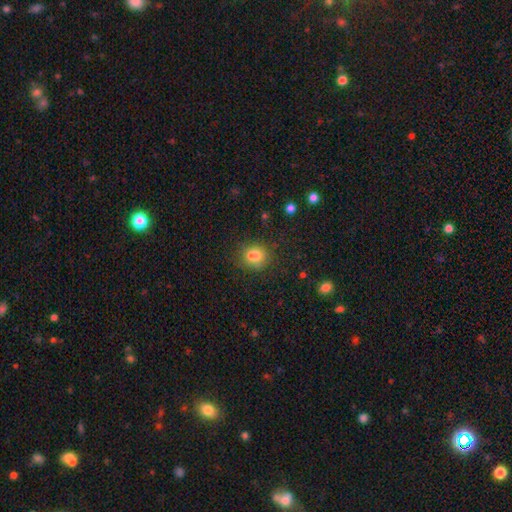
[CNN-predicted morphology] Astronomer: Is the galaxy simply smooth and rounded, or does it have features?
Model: smooth — 78%.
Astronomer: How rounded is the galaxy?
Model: round — 64%.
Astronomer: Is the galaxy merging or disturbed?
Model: none — 62%.